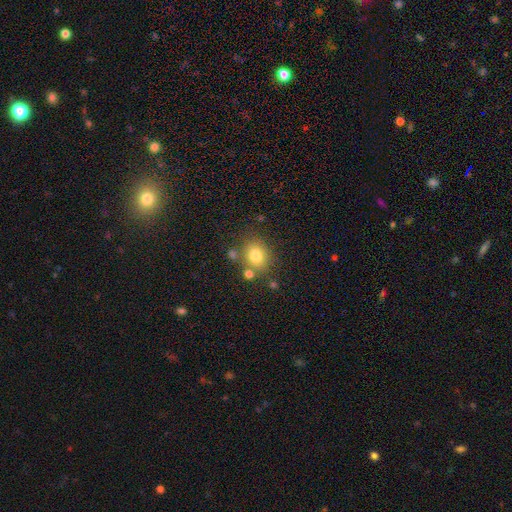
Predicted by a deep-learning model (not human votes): Q: Smooth or featured?
A: smooth (78%); runner-up: star or artifact (13%)
Q: How rounded?
A: round (65%); runner-up: in between (34%)
Q: Merging?
A: none (74%); runner-up: minor disturbance (12%)